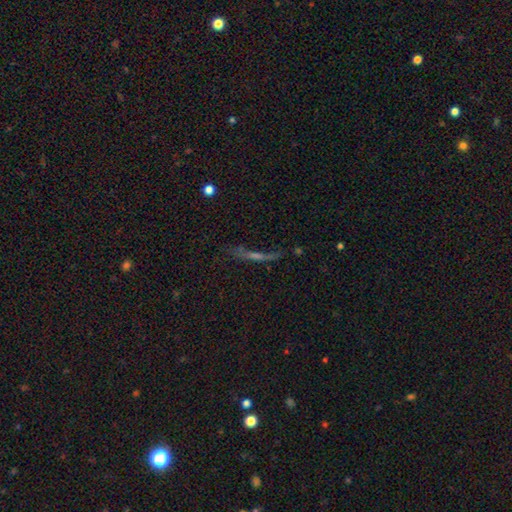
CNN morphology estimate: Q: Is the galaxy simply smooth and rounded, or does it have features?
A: featured or disk — 44%.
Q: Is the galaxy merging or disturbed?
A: none — 55%.